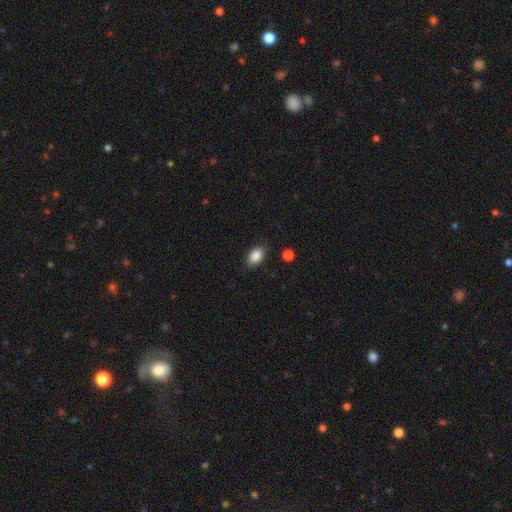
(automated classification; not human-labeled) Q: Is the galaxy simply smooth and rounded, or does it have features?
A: smooth — 87%.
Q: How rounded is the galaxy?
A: in between — 86%.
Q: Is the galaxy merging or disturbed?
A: none — 85%.